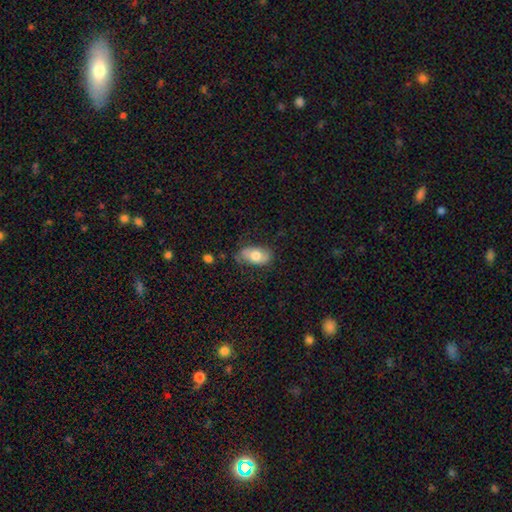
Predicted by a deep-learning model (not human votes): Smooth or featured?
  - smooth: 70% *
  - featured or disk: 23%
  - star or artifact: 7%
How rounded?
  - in between: 91% *
  - round: 7%
  - cigar-shaped: 2%
Merging?
  - none: 68% *
  - minor disturbance: 23%
  - major disturbance: 6%
  - merger: 2%